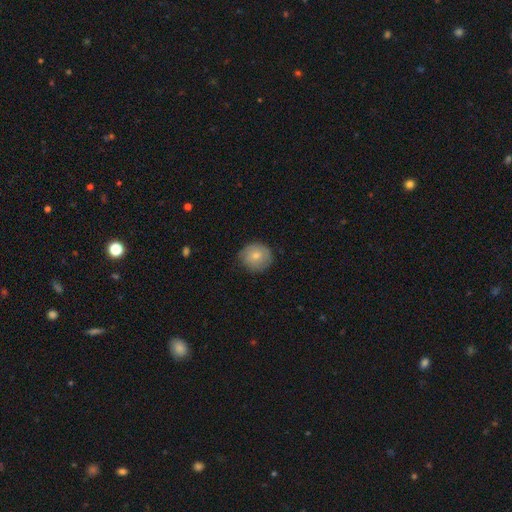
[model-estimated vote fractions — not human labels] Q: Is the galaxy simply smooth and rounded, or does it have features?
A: smooth — 73%.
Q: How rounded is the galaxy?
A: round — 87%.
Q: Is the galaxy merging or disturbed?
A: none — 77%.